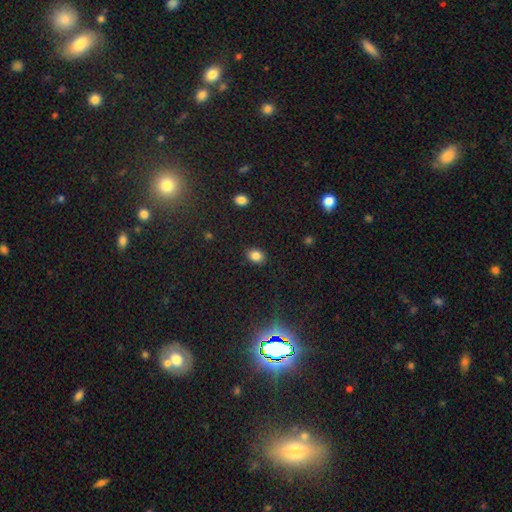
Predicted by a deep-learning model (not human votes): This appears to be a smooth galaxy with no disk features (85%) that is in between round and cigar-shaped (64%). Merging: none (88%).